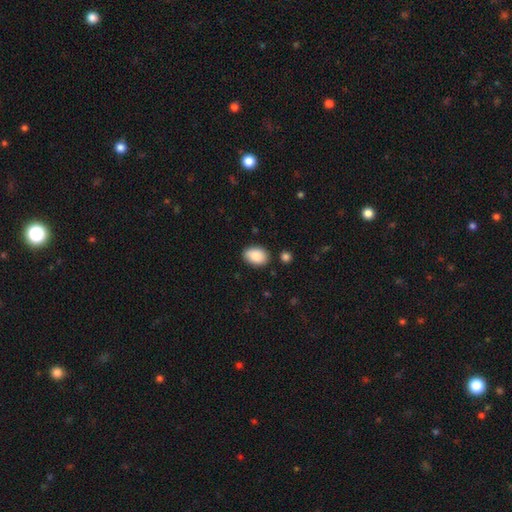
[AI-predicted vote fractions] Smooth or featured?
  - smooth: 89% *
  - star or artifact: 7%
  - featured or disk: 4%
How rounded?
  - in between: 87% *
  - round: 12%
  - cigar-shaped: 1%
Merging?
  - none: 83% *
  - minor disturbance: 12%
  - merger: 3%
  - major disturbance: 3%